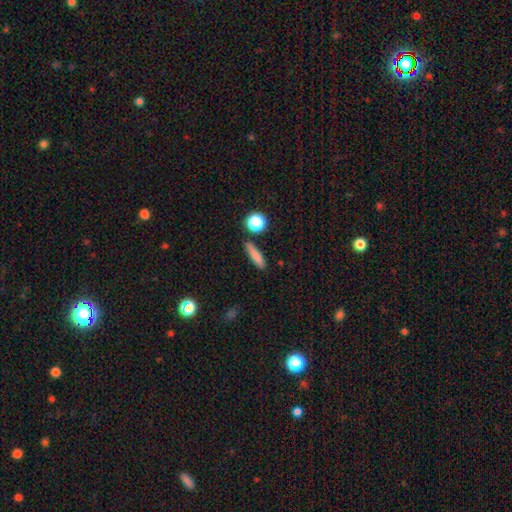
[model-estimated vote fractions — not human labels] A smooth galaxy with no disk features (79%) that is cigar-shaped (74%). Merging: none (84%).